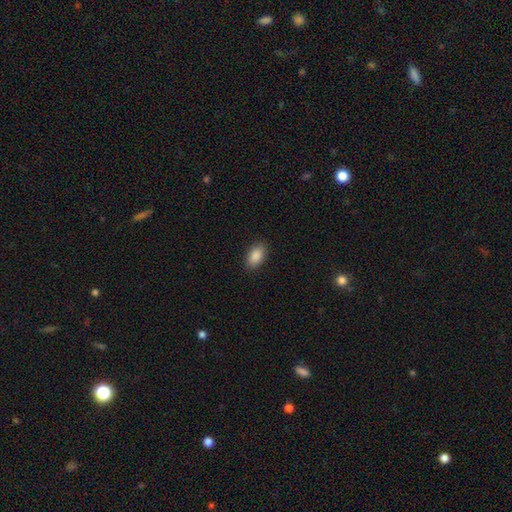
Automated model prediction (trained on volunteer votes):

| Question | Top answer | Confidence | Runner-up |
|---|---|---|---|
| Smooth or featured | smooth | 89% | star or artifact (7%) |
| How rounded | in between | 92% | round (5%) |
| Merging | none | 88% | minor disturbance (9%) |